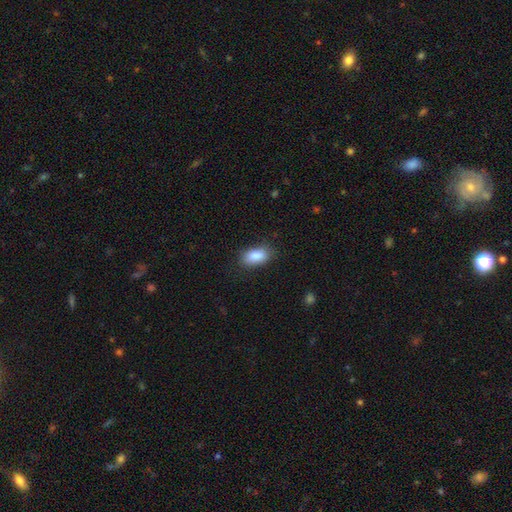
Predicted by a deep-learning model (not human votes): A smooth galaxy with no disk features (87%) that is in between round and cigar-shaped (91%). Merging: none (80%).